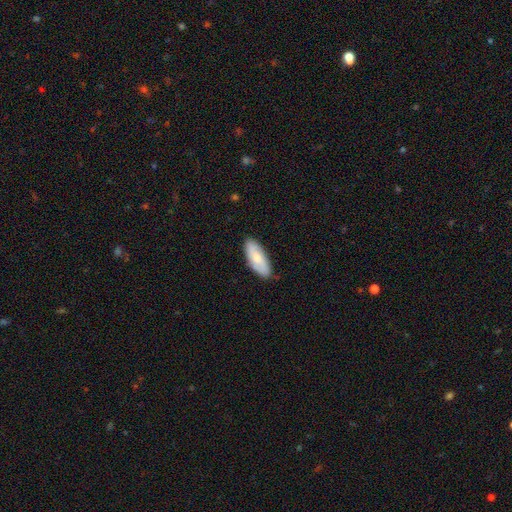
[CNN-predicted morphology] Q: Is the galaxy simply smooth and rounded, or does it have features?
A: smooth — 73%.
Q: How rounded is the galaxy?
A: in between — 77%.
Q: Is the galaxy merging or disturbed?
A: none — 84%.